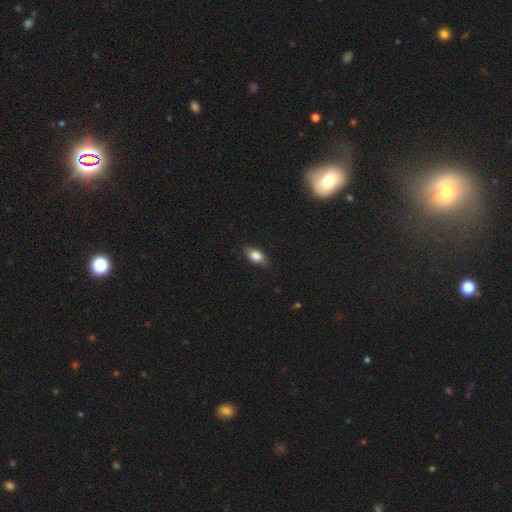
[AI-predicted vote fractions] smooth-or-featured: smooth: 81% | featured or disk: 12% | star or artifact: 7%
  how-rounded: in between: 86% | cigar-shaped: 8% | round: 6%
  merging: none: 81% | minor disturbance: 15% | major disturbance: 3% | merger: 1%